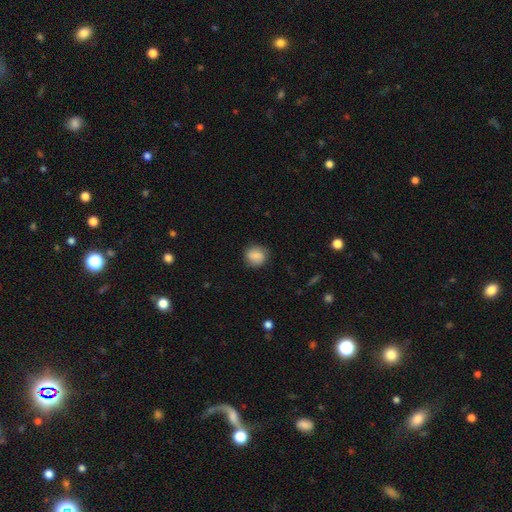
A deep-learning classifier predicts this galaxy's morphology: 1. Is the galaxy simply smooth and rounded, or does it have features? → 81% smooth, 11% featured or disk, 8% star or artifact.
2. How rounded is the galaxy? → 81% round, 18% in between, 1% cigar-shaped.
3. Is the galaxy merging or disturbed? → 82% none, 13% minor disturbance, 3% major disturbance, 1% merger.